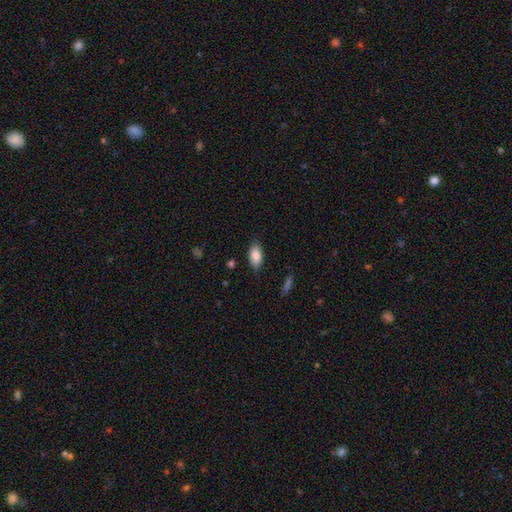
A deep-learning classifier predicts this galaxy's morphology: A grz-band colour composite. It shows a smooth galaxy with no disk features (87%) that is in between round and cigar-shaped (92%). Merging: none (85%).